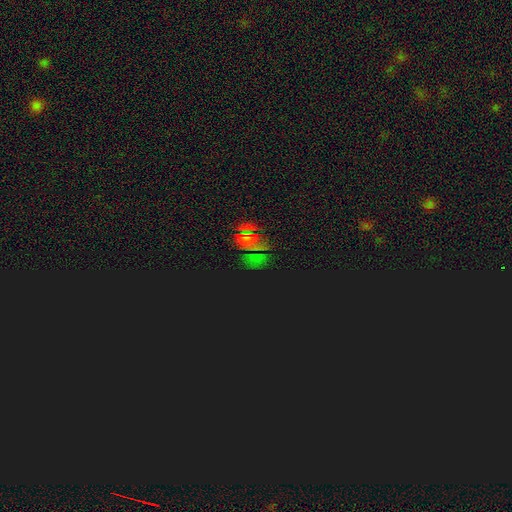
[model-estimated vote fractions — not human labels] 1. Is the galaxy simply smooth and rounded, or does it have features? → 70% star or artifact, 22% smooth, 8% featured or disk.